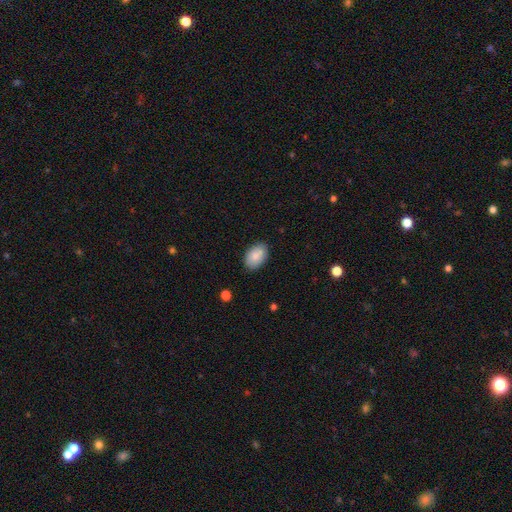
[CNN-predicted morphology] This appears to be a smooth galaxy with no disk features (86%) that is in between round and cigar-shaped (90%). Merging: none (85%).